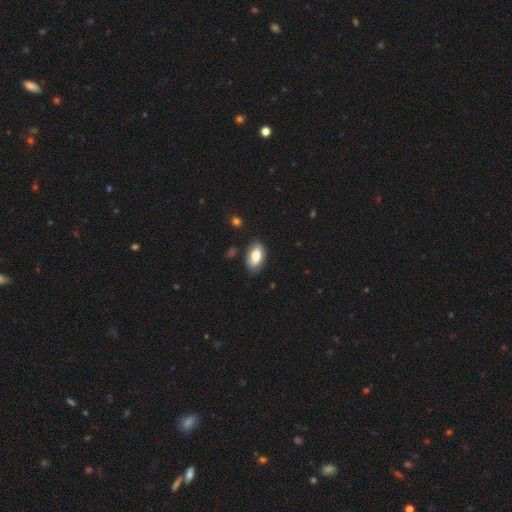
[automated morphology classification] Overall: smooth (77%). How rounded: in between (93%). Merging: none (81%).